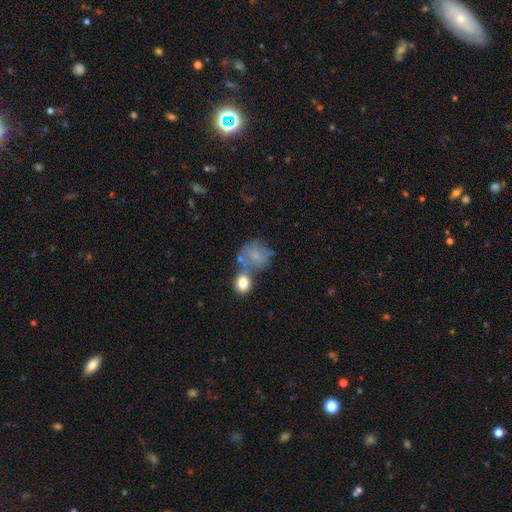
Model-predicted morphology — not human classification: Smooth or featured? Predicted: smooth (p=0.65). How rounded? Predicted: round (p=0.64). Merging? Predicted: merger (p=0.33).